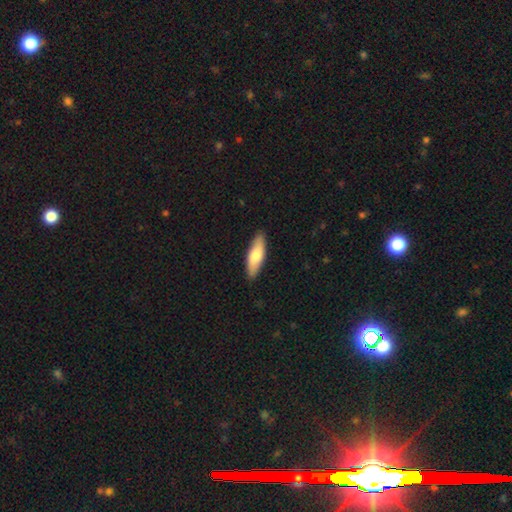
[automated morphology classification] smooth_or_featured: smooth (p=0.74) [alt: featured or disk p=0.21]
how_rounded: in between (p=0.52) [alt: cigar-shaped p=0.46]
merging: none (p=0.89) [alt: minor disturbance p=0.09]